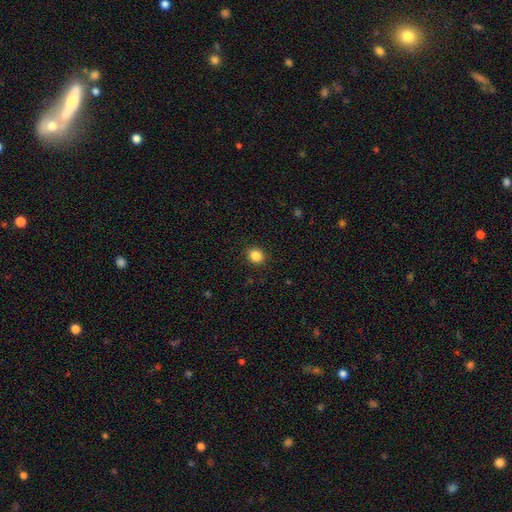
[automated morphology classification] A smooth galaxy with no disk features (85%) that is round (82%).

Vote fractions:
- Smooth or featured? smooth: 85% / star or artifact: 11% / featured or disk: 4%
- How rounded? round: 82% / in between: 17% / cigar-shaped: 1%
- Merging? none: 91% / minor disturbance: 6% / major disturbance: 2% / merger: 1%